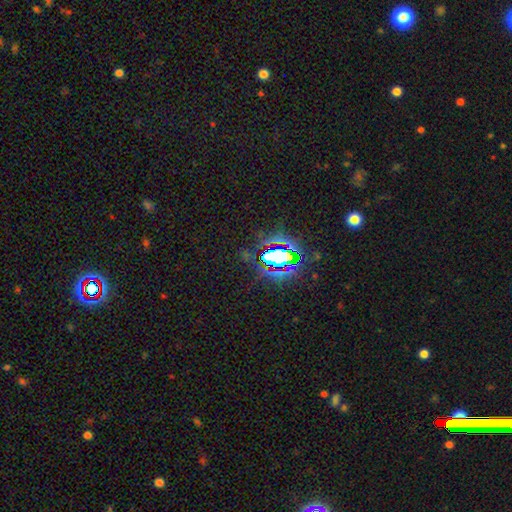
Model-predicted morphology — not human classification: type=star or artifact (81%).